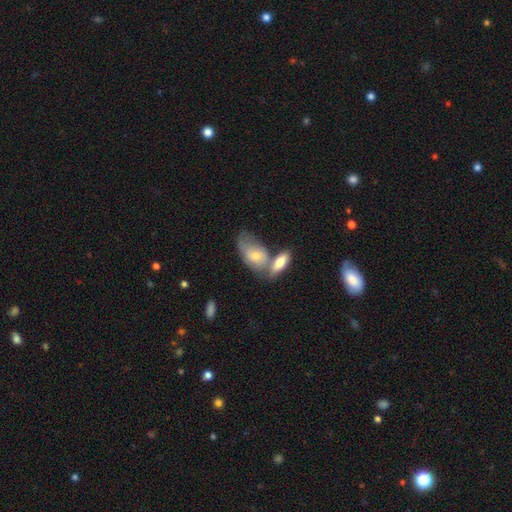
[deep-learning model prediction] smooth_or_featured: smooth (p=0.64) [alt: featured or disk p=0.30]
how_rounded: in between (p=0.89) [alt: round p=0.06]
merging: merger (p=0.47) [alt: none p=0.26]